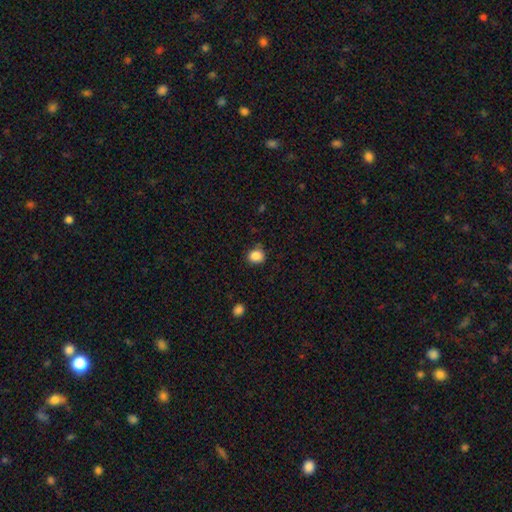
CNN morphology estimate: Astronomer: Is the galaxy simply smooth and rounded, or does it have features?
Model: smooth — 87%.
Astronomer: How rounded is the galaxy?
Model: round — 70%.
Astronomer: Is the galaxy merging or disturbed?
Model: none — 79%.